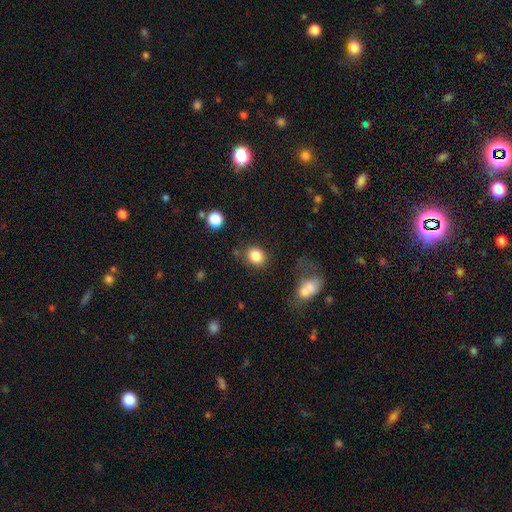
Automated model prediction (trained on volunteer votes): Q: Smooth or featured?
A: smooth (84%); runner-up: star or artifact (10%)
Q: How rounded?
A: round (62%); runner-up: in between (37%)
Q: Merging?
A: none (79%); runner-up: minor disturbance (12%)